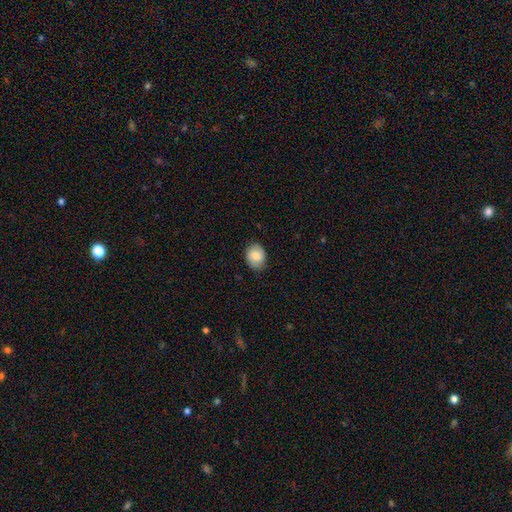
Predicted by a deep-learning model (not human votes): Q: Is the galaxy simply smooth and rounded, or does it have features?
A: smooth — 72%.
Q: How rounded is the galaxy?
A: in between — 57%.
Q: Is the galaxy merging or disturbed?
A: none — 80%.